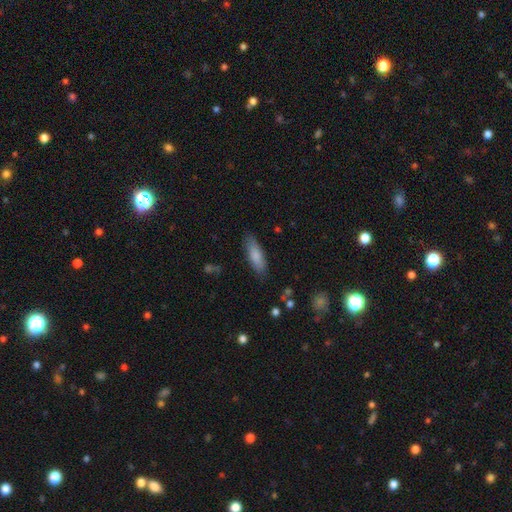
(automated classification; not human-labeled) This is clearly a smooth galaxy (82%). How rounded: possibly in between (52%). Merging: clearly none (83%).